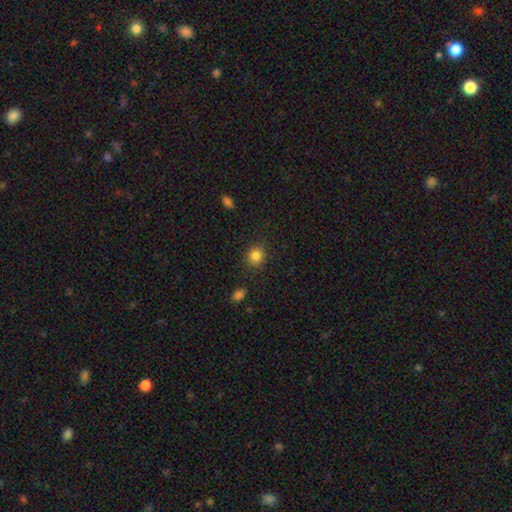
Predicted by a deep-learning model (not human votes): This appears to be a smooth galaxy with no disk features (84%) that is round (84%). Merging: none (87%).